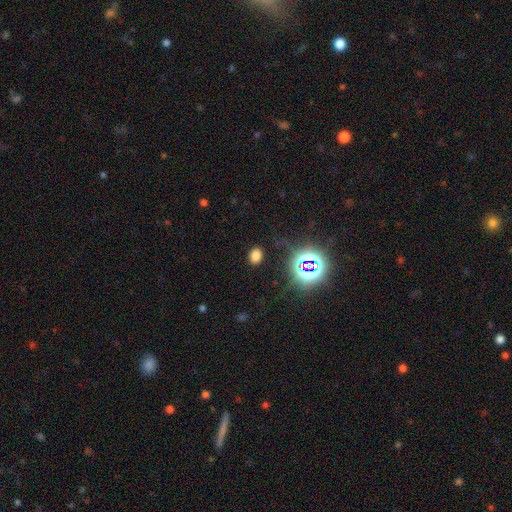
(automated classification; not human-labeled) Q: Smooth or featured?
A: smooth (69%); runner-up: star or artifact (25%)
Q: How rounded?
A: in between (68%); runner-up: round (31%)
Q: Merging?
A: none (86%); runner-up: minor disturbance (9%)